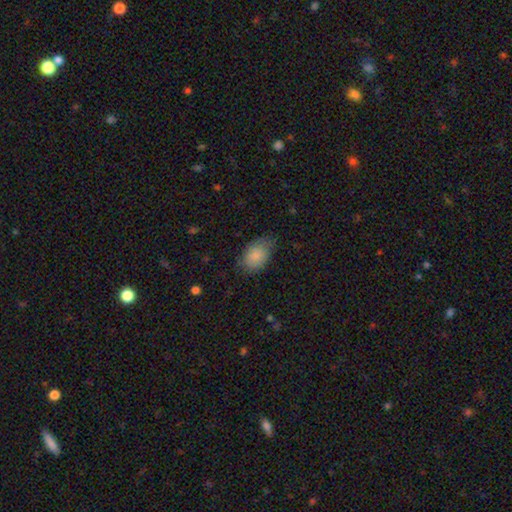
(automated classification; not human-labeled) Smooth or featured? Predicted: smooth (p=0.86). How rounded? Predicted: in between (p=0.85). Merging? Predicted: none (p=0.65).